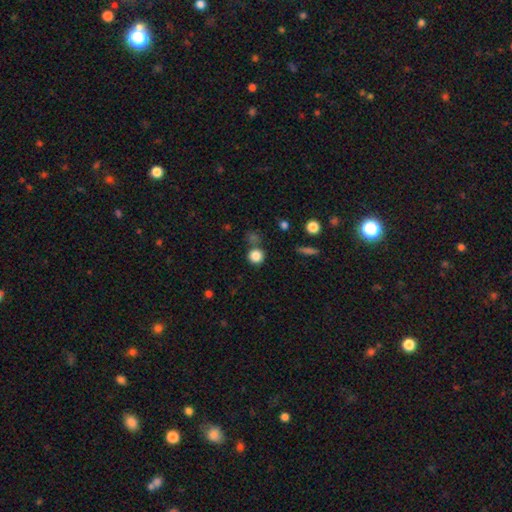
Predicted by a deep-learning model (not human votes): smooth-or-featured: smooth: 84% | star or artifact: 11% | featured or disk: 5%
  how-rounded: round: 92% | in between: 7% | cigar-shaped: 1%
  merging: none: 75% | merger: 11% | minor disturbance: 10% | major disturbance: 4%